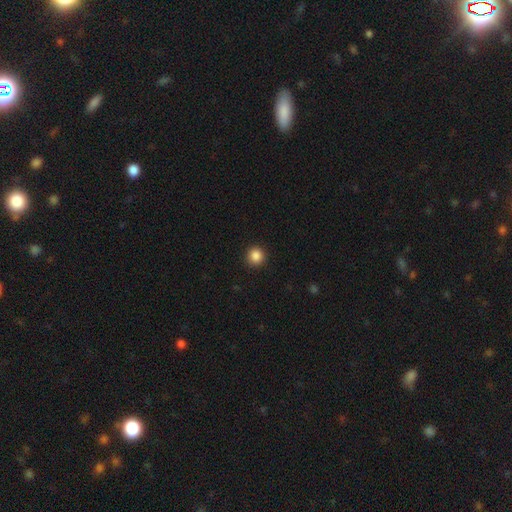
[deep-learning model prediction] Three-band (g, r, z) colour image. It shows a smooth galaxy with no disk features (87%) that is round (94%). Merging: none (92%).